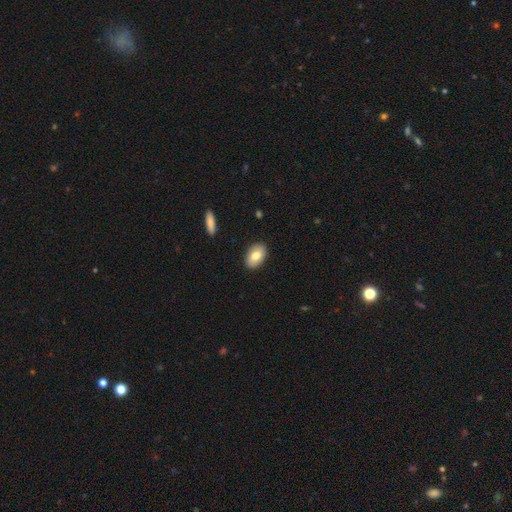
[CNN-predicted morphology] Overall: smooth (78%). How rounded: in between (91%). Merging: none (88%).